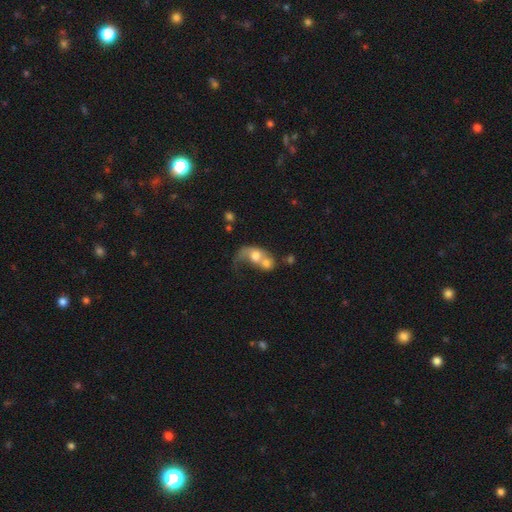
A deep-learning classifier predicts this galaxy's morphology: A smooth galaxy with no disk features (54%) that is in between round and cigar-shaped (55%).

Vote fractions:
- Smooth or featured? smooth: 54% / featured or disk: 36% / star or artifact: 10%
- How rounded? in between: 55% / round: 43% / cigar-shaped: 3%
- Merging? merger: 70% / major disturbance: 15% / none: 9% / minor disturbance: 6%